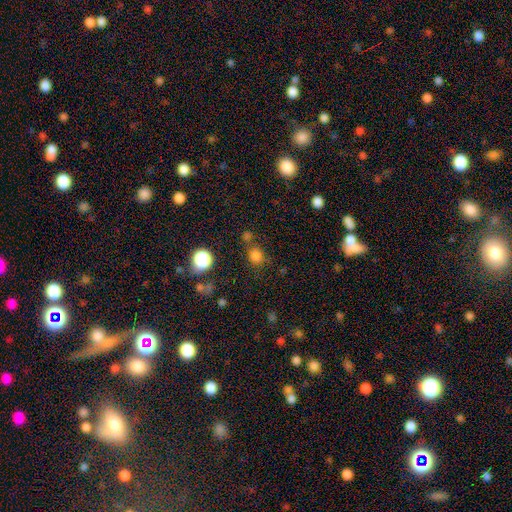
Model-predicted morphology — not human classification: smooth_or_featured: smooth (p=0.76) [alt: star or artifact p=0.19]
how_rounded: round (p=0.81) [alt: in between p=0.17]
merging: none (p=0.70) [alt: merger p=0.13]